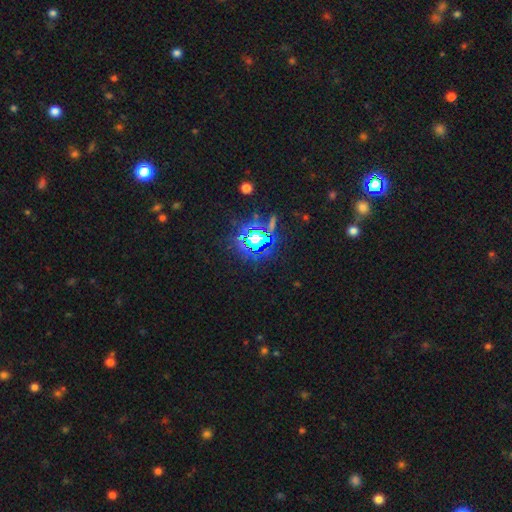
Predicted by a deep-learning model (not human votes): Overall: star or artifact (73%).